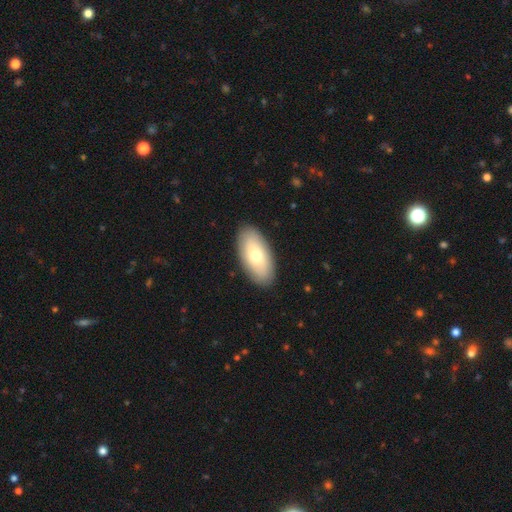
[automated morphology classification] This appears to be a smooth galaxy with no disk features (71%) that is in between round and cigar-shaped (93%). Merging: none (89%).